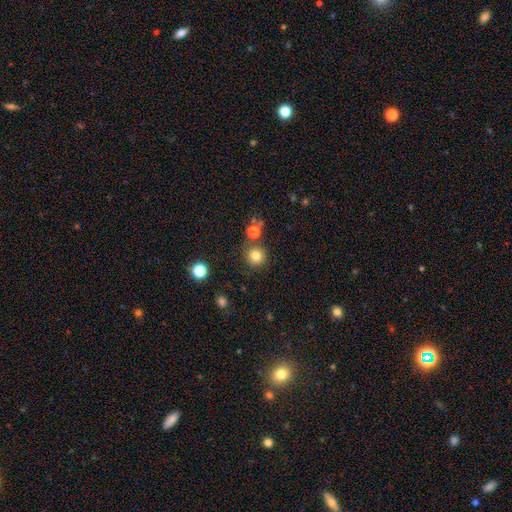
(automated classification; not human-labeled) A smooth galaxy with no disk features (80%) that is round (94%). Merging: none (81%).